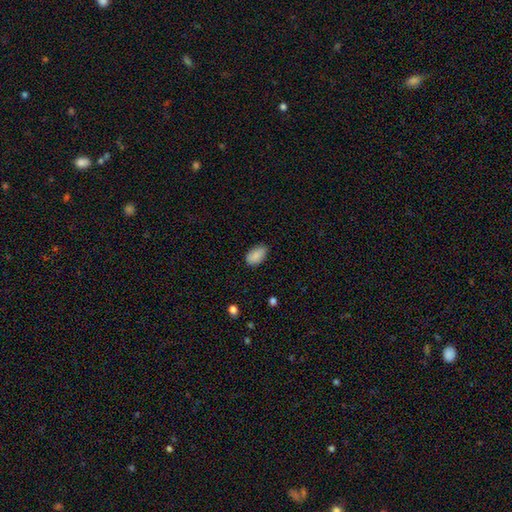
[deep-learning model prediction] Smooth or featured? smooth (88%)
How rounded? in between (93%)
Merging? none (80%)